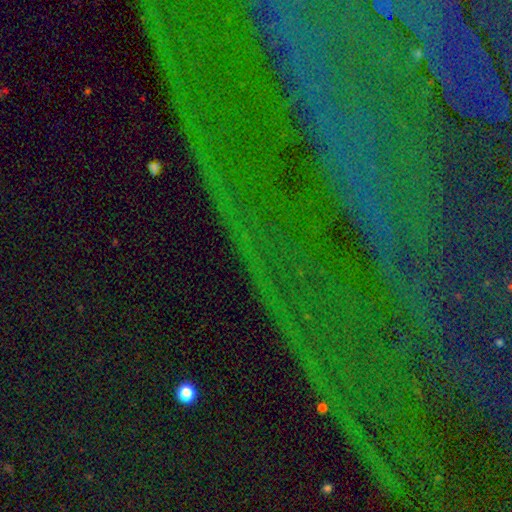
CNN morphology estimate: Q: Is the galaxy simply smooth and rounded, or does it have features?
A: star or artifact — 82%.